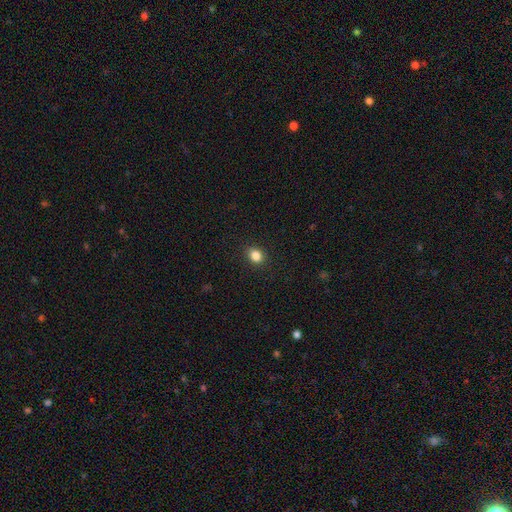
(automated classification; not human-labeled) Smooth or featured? Predicted: smooth (p=0.84). How rounded? Predicted: in between (p=0.51). Merging? Predicted: none (p=0.89).